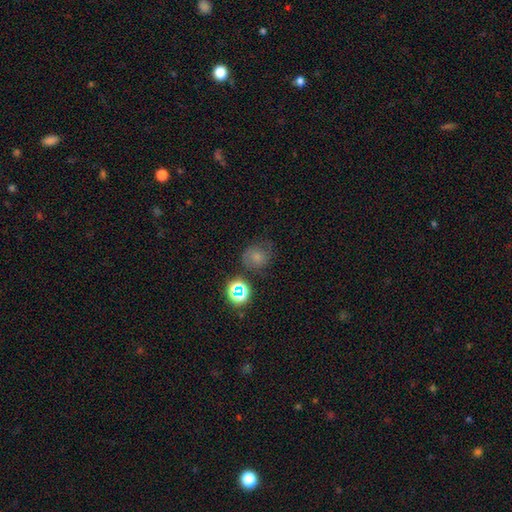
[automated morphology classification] This is possibly a smooth galaxy (55%). How rounded: likely round (79%). Merging: likely none (62%).